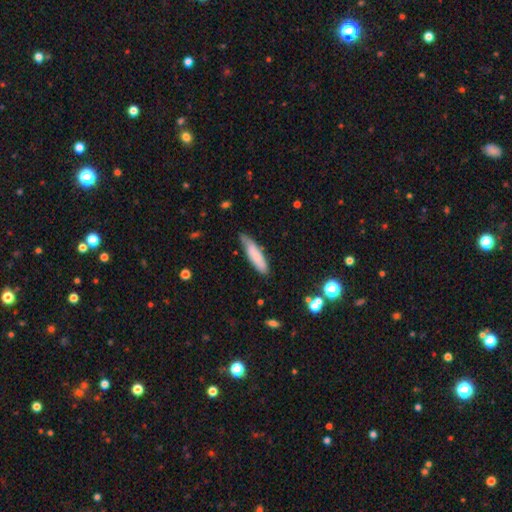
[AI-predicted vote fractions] Overall: smooth (76%). How rounded: cigar-shaped (74%). Merging: none (68%).